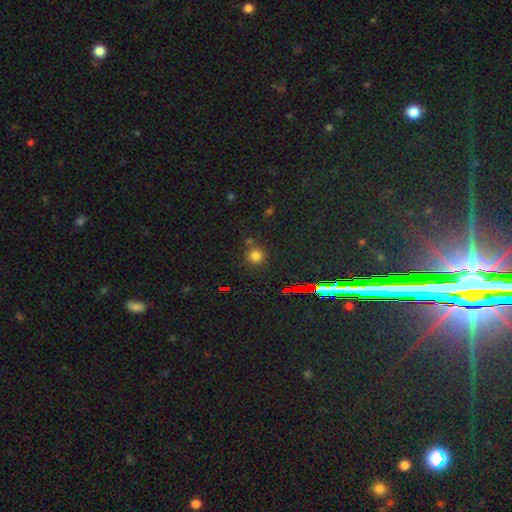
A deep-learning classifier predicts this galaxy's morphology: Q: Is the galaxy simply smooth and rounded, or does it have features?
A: smooth — 73%.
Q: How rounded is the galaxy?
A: round — 92%.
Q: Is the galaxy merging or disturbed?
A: none — 76%.